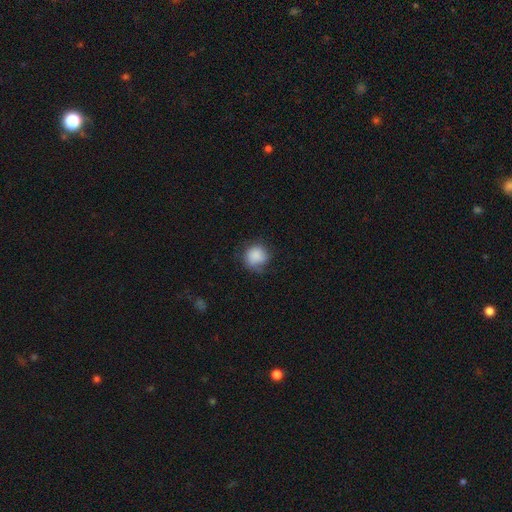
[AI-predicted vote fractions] This appears to be a smooth galaxy with no disk features (84%) that is round (83%). Merging: none (60%).